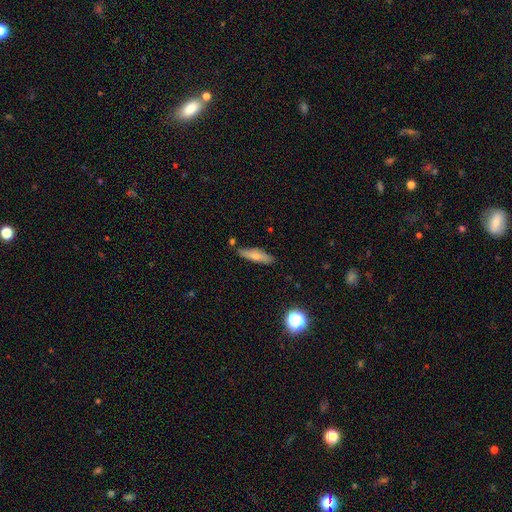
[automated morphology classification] A smooth galaxy with no disk features (63%) that is cigar-shaped (64%). Merging: none (80%).